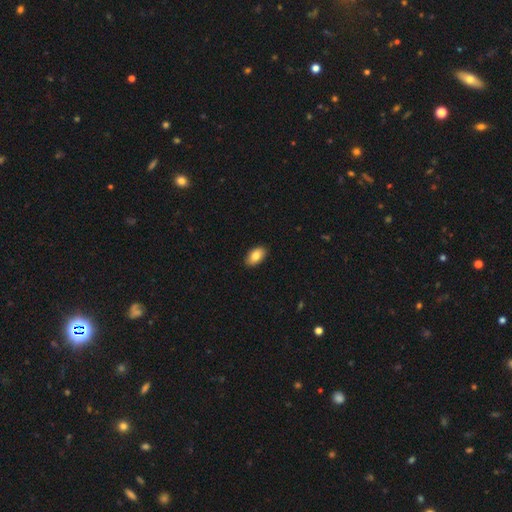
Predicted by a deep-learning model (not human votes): smooth 84%, featured or disk 9%, star or artifact 7%. Down the decision tree: how rounded — in between (93%); merging — none (90%).